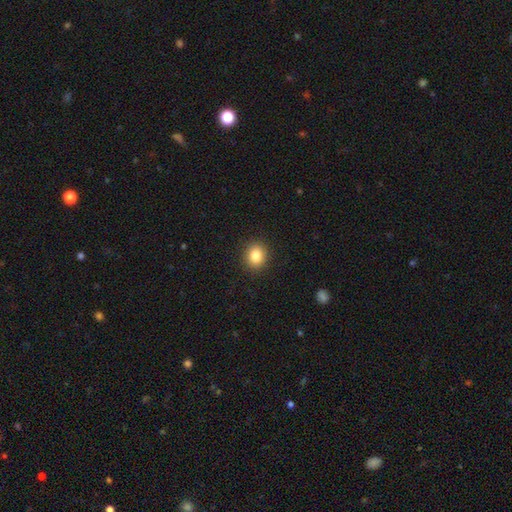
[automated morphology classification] Overall: smooth (85%). How rounded: round (72%). Merging: none (91%).